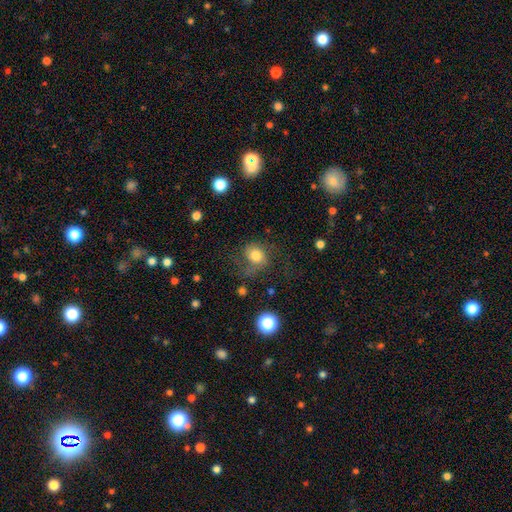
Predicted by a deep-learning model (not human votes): Overall: smooth (60%; featured or disk 29%). How rounded: round (67%; in between 32%). Merging: none (50%; major disturbance 26%).